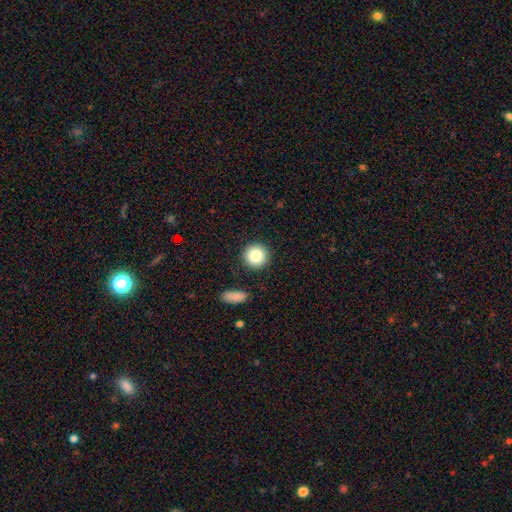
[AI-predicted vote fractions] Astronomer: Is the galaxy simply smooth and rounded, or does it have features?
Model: smooth — 84%.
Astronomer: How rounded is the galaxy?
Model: round — 94%.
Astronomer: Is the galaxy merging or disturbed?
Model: none — 89%.